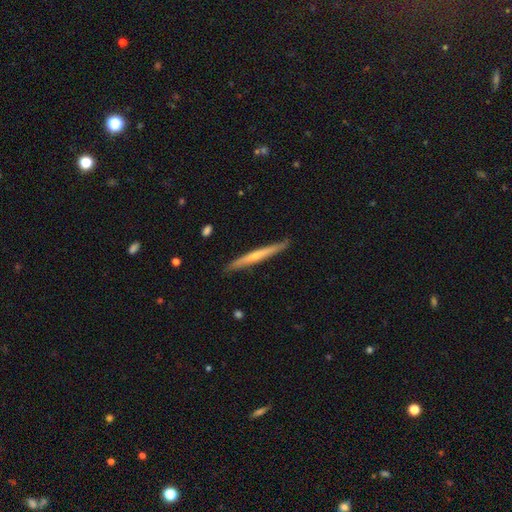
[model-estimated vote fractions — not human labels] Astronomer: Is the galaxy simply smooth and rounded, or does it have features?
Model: featured or disk — 62%.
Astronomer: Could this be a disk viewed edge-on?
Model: yes — 96%.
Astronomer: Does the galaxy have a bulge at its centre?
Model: rounded — 65%.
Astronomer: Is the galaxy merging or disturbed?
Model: none — 88%.